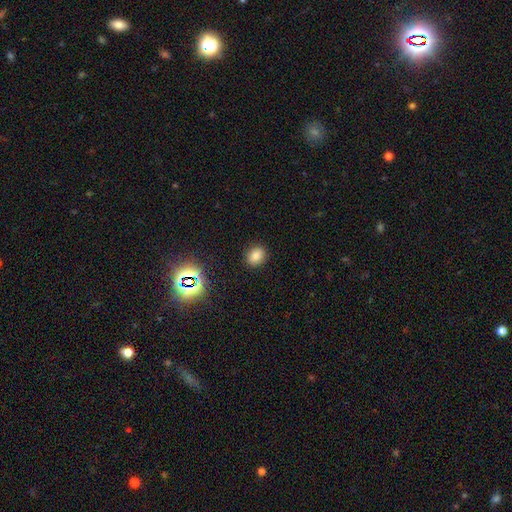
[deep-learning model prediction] smooth 78%, star or artifact 15%, featured or disk 7%. Down the decision tree: how rounded — round (54%); merging — none (89%).